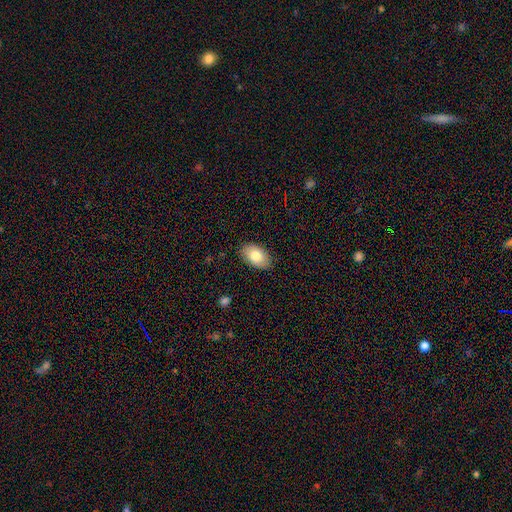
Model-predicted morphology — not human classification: smooth_or_featured: smooth (p=0.79) [alt: featured or disk p=0.15]
how_rounded: in between (p=0.92) [alt: round p=0.07]
merging: none (p=0.86) [alt: minor disturbance p=0.11]